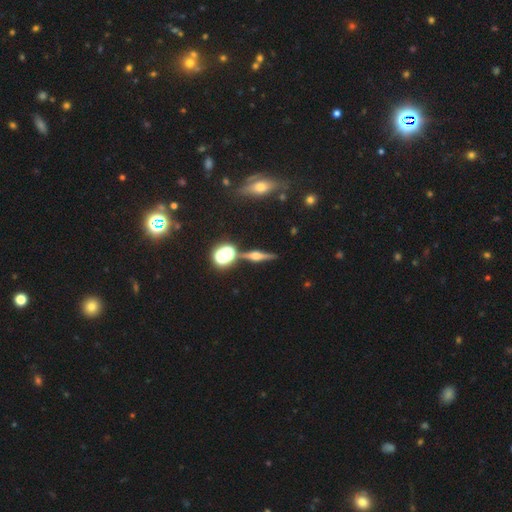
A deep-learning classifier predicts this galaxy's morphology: Q: Smooth or featured?
A: featured or disk (74%); runner-up: smooth (14%)
Q: Edge-on disk?
A: yes (96%); runner-up: no (4%)
Q: Edge-on bulge?
A: rounded (92%); runner-up: boxy (6%)
Q: Merging?
A: none (84%); runner-up: minor disturbance (8%)